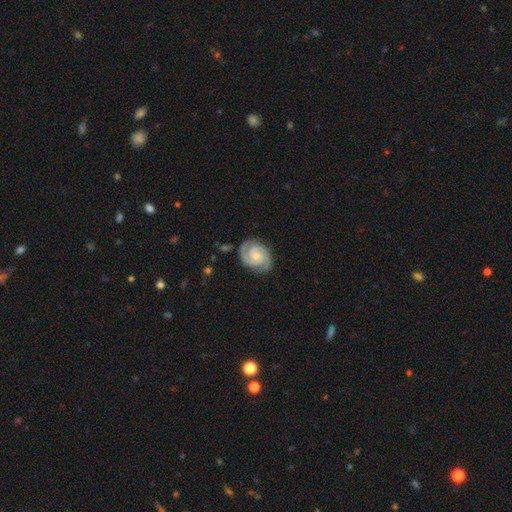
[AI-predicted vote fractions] Smooth or featured? featured or disk (91%)
Edge-on disk? no (98%)
Bar? no (53%)
Spiral arms? yes (99%)
Spiral winding? tight (67%)
Spiral arm count? 2 (88%)
Bulge size? small (46%)
Merging? none (82%)